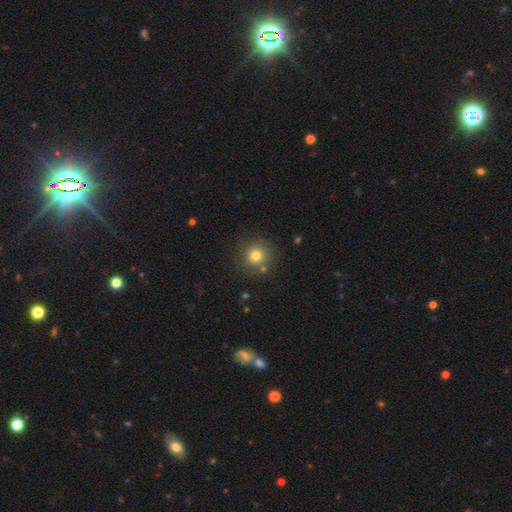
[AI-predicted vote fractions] This appears to be a smooth galaxy with no disk features (77%) that is round (94%). Merging: none (82%).